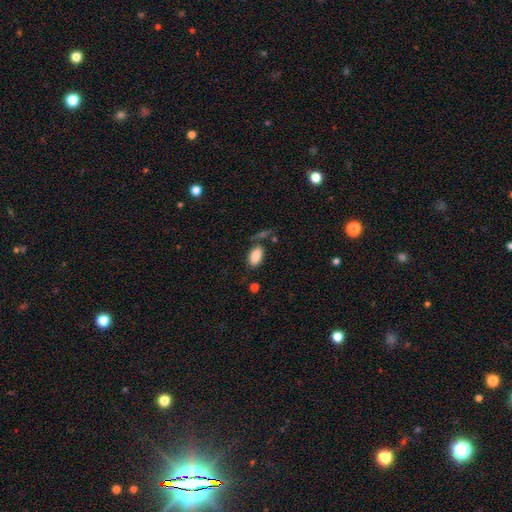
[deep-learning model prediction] Q: Smooth or featured?
A: smooth (87%); runner-up: star or artifact (8%)
Q: How rounded?
A: in between (94%); runner-up: round (3%)
Q: Merging?
A: none (65%); runner-up: minor disturbance (17%)